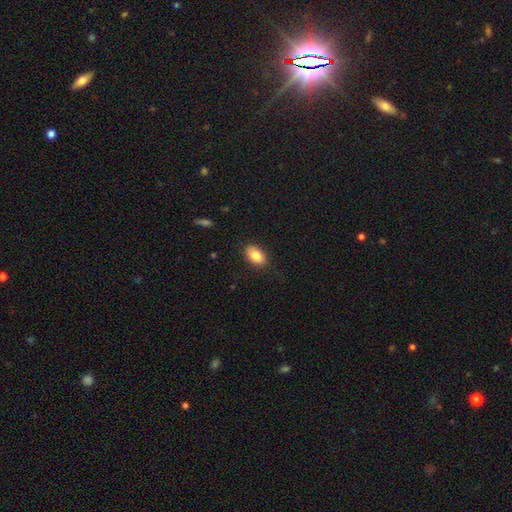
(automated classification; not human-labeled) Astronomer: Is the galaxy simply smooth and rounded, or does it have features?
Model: smooth — 84%.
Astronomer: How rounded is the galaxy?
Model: in between — 91%.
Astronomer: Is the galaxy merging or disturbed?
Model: none — 83%.